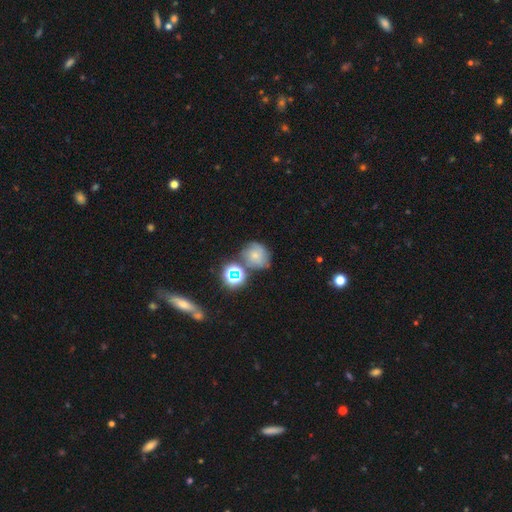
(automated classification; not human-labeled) Smooth or featured: smooth — 51% (featured or disk — 27%)
How rounded: round — 77% (in between — 22%)
Merging: none — 57% (minor disturbance — 19%)